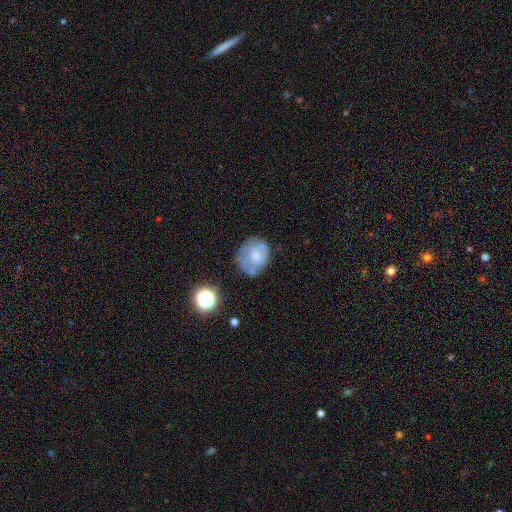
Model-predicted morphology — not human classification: Smooth or featured? Predicted: smooth (p=0.46). Merging? Predicted: none (p=0.53).